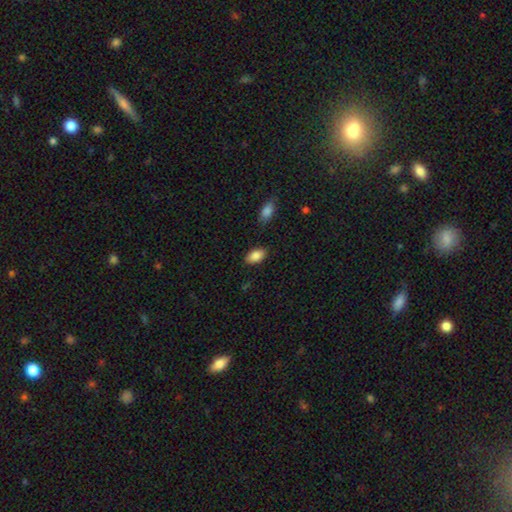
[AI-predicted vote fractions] Smooth or featured? Predicted: smooth (p=0.86). How rounded? Predicted: in between (p=0.92). Merging? Predicted: none (p=0.85).